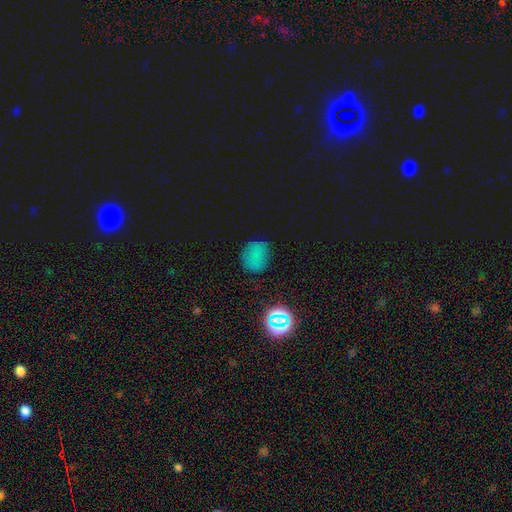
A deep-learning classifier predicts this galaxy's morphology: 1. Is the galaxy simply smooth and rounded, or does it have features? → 65% smooth, 27% star or artifact, 8% featured or disk.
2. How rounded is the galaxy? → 66% round, 32% in between, 1% cigar-shaped.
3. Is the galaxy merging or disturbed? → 77% none, 16% minor disturbance, 5% major disturbance, 2% merger.